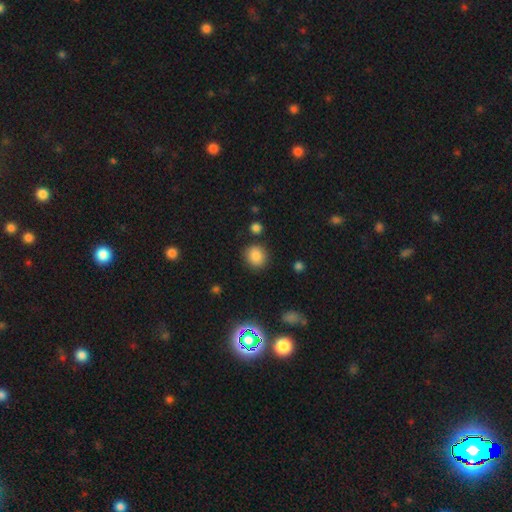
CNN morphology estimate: smooth_or_featured: smooth (p=0.84) [alt: star or artifact p=0.11]
how_rounded: round (p=0.81) [alt: in between p=0.18]
merging: none (p=0.85) [alt: minor disturbance p=0.09]